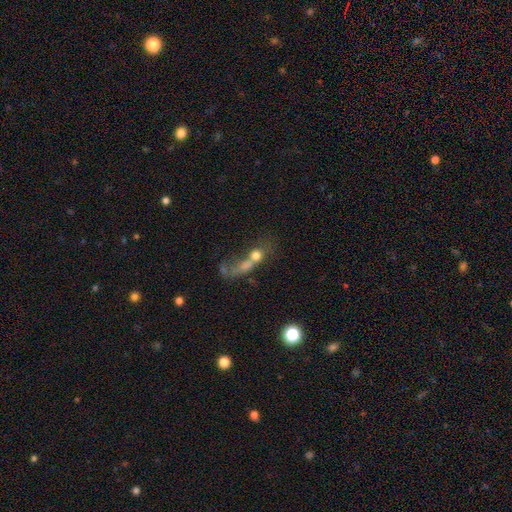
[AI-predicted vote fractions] A smooth galaxy with no disk features (56%) that is round (46%).

Vote fractions:
- Smooth or featured? smooth: 56% / featured or disk: 29% / star or artifact: 14%
- How rounded? round: 46% / in between: 40% / cigar-shaped: 15%
- Merging? merger: 54% / major disturbance: 23% / none: 16% / minor disturbance: 7%